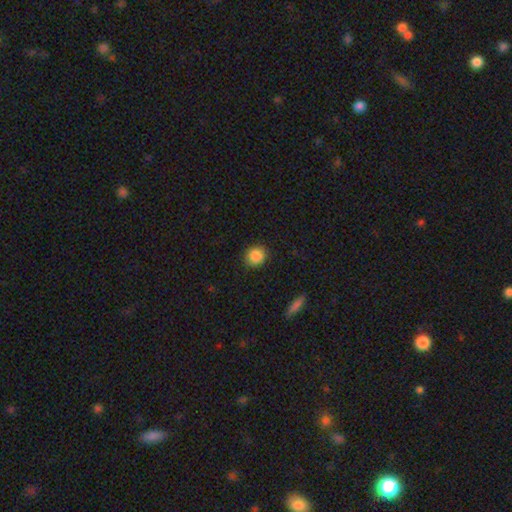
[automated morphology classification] smooth-or-featured: smooth: 87% | star or artifact: 9% | featured or disk: 4%
  how-rounded: round: 84% | in between: 15% | cigar-shaped: 1%
  merging: none: 89% | minor disturbance: 8% | major disturbance: 2% | merger: 1%